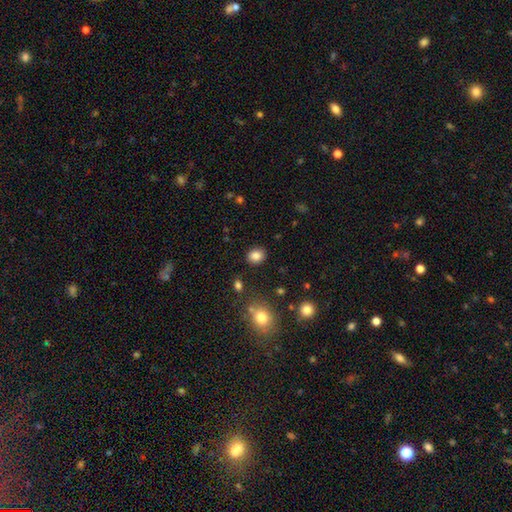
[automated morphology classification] Smooth or featured: smooth — 85% (star or artifact — 10%)
How rounded: round — 61% (in between — 38%)
Merging: none — 87% (minor disturbance — 8%)